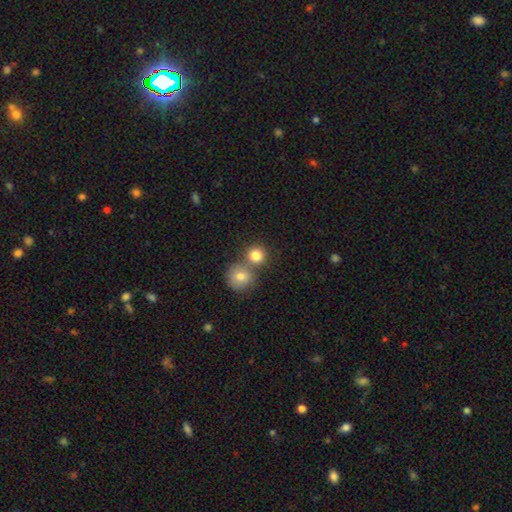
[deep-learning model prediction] A smooth galaxy with no disk features (81%) that is round (89%).

Vote fractions:
- Smooth or featured? smooth: 81% / star or artifact: 11% / featured or disk: 8%
- How rounded? round: 89% / in between: 10% / cigar-shaped: 1%
- Merging? none: 54% / merger: 36% / minor disturbance: 7% / major disturbance: 2%